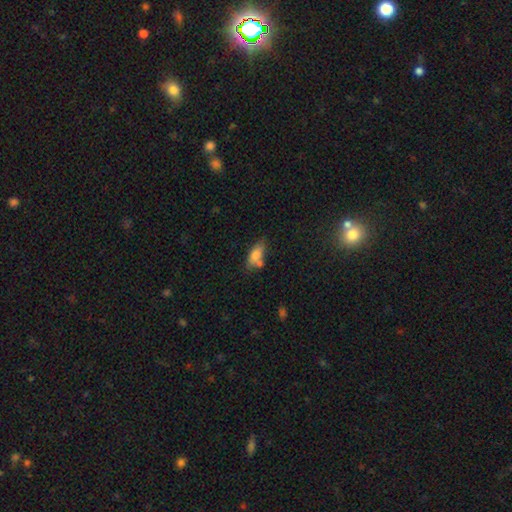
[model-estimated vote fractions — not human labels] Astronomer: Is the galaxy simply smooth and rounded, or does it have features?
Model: smooth — 76%.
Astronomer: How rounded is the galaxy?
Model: in between — 79%.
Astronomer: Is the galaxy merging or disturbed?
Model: none — 49%.